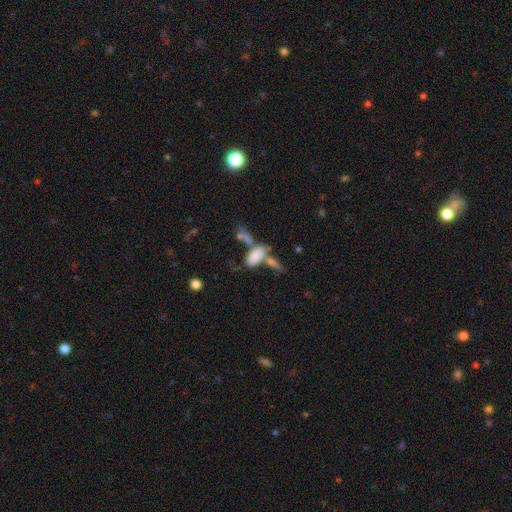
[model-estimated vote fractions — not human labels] smooth 77%, featured or disk 14%, star or artifact 9%. Down the decision tree: how rounded — in between (88%); merging — merger (50%).